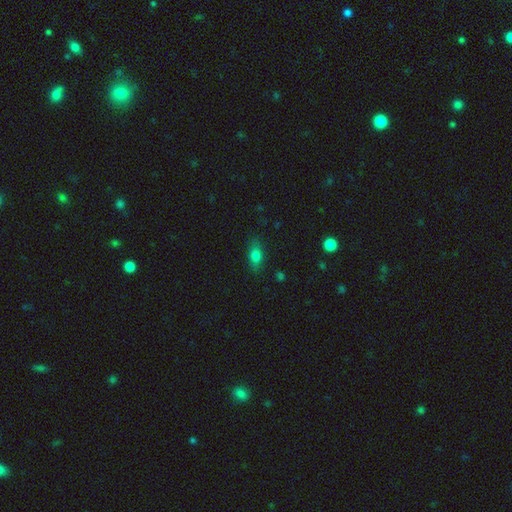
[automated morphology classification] smooth 73%, featured or disk 16%, star or artifact 11%. Down the decision tree: how rounded — in between (75%); merging — none (81%).